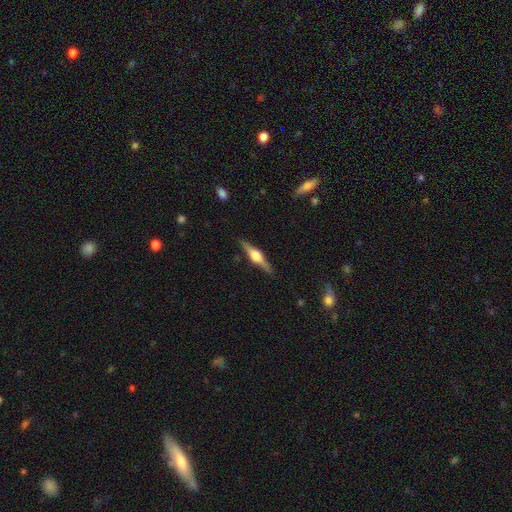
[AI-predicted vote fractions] Overall: featured or disk (79%). Edge-on disk: yes (98%). Edge-on bulge: rounded (92%). Merging: none (89%).